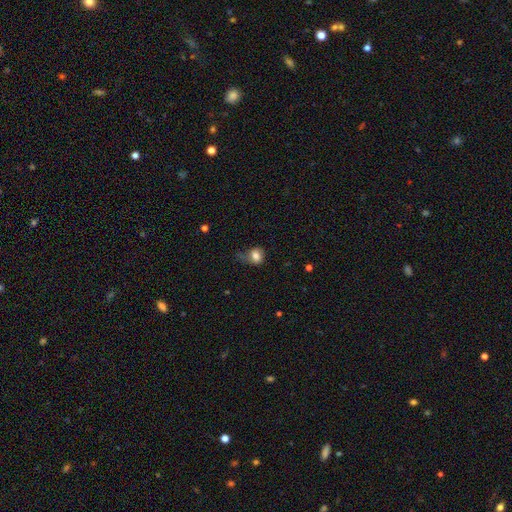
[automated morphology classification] Smooth or featured: smooth — 78% (featured or disk — 12%)
How rounded: round — 58% (in between — 41%)
Merging: none — 37% (minor disturbance — 34%)